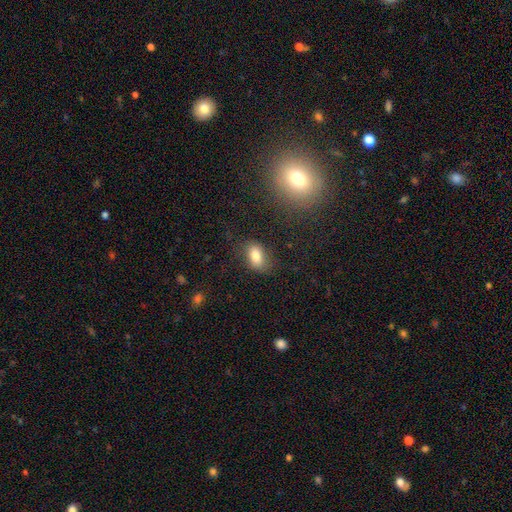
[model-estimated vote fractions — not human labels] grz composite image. It shows a smooth galaxy with no disk features (81%) that is in between round and cigar-shaped (86%). Merging: none (73%).